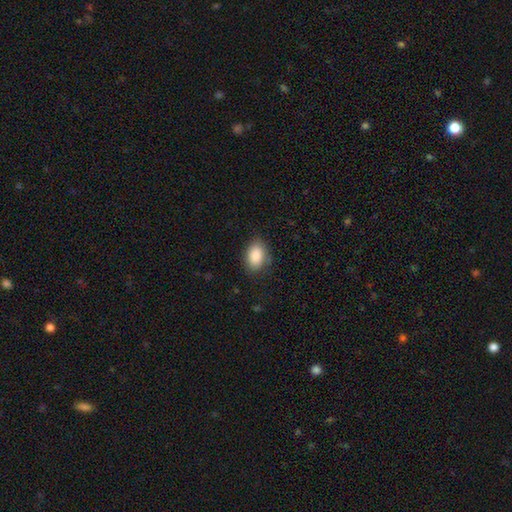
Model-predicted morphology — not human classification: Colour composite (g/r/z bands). It shows a smooth galaxy with no disk features (88%) that is in between round and cigar-shaped (88%). Merging: none (79%).